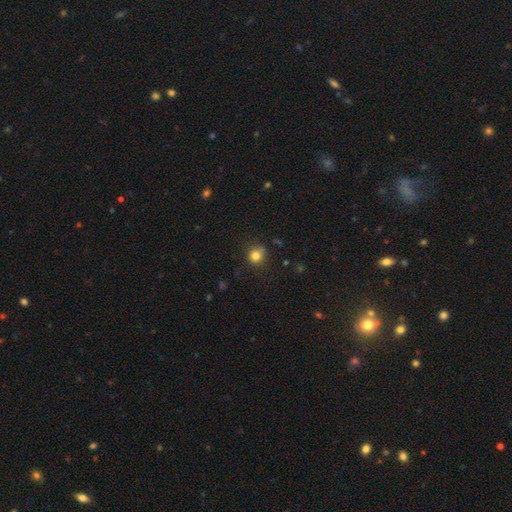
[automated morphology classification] Smooth or featured? Predicted: smooth (p=0.81). How rounded? Predicted: round (p=0.87). Merging? Predicted: none (p=0.80).